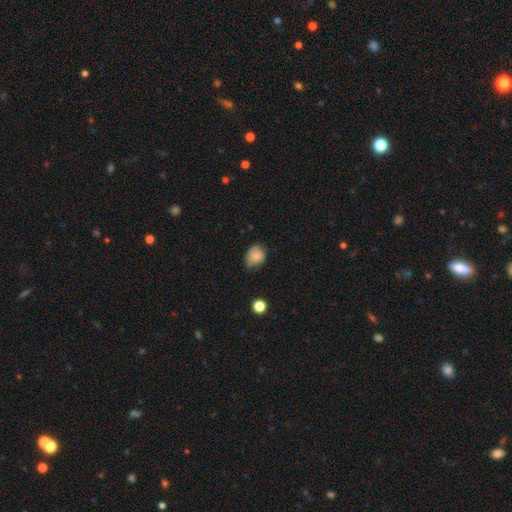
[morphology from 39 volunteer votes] smooth-or-featured: smooth: 82% | featured or disk: 10% | star or artifact: 8%
  how-rounded: round: 50% (tied) | in between: 50% (tied) | cigar-shaped: 0%
  merging: none: 44% | minor disturbance: 36% | major disturbance: 14% | merger: 6%